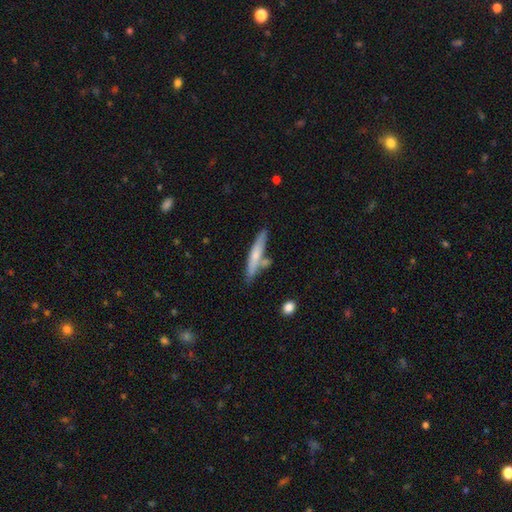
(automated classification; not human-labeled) Morphology: type=smooth (57%); roundness=cigar-shaped (91%); merging=none (71%).